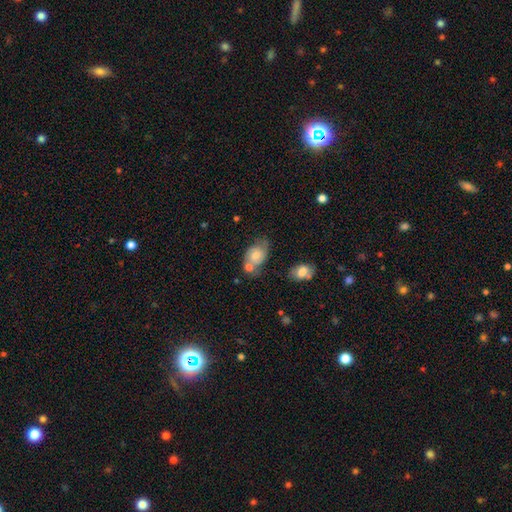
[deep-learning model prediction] A smooth galaxy with no disk features (61%) that is in between round and cigar-shaped (76%). Merging: none (42%).